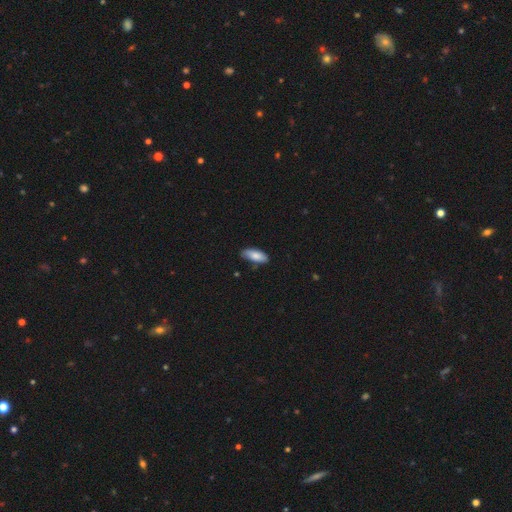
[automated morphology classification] Overall: smooth (81%). How rounded: in between (79%). Merging: none (76%).